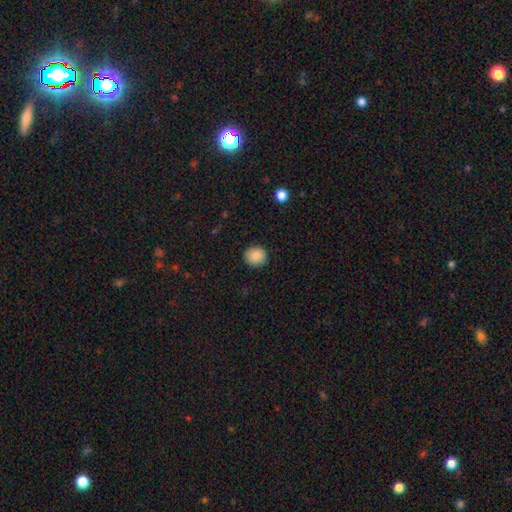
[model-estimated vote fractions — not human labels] Smooth or featured? Predicted: smooth (p=0.88). How rounded? Predicted: round (p=0.84). Merging? Predicted: none (p=0.90).